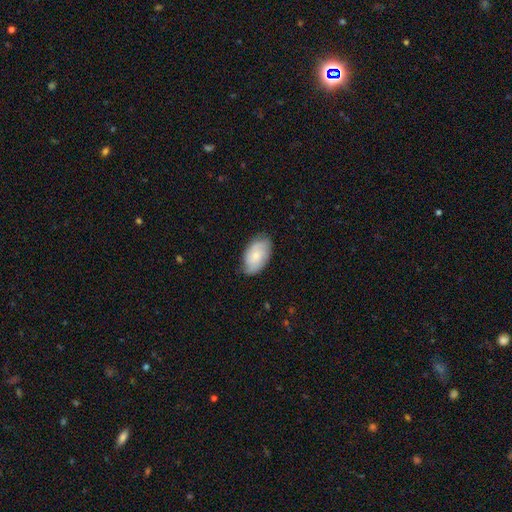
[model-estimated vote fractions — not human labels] Morphology: type=smooth (55%); roundness=in between (92%); merging=none (72%).